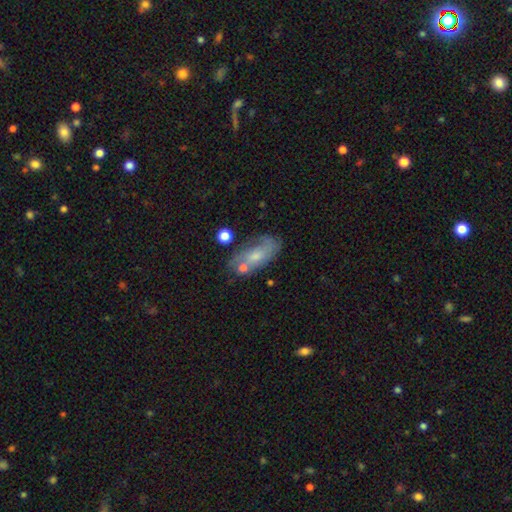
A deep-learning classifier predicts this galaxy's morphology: smooth_or_featured: smooth (p=0.48) [alt: featured or disk p=0.43]
merging: none (p=0.48) [alt: minor disturbance p=0.25]